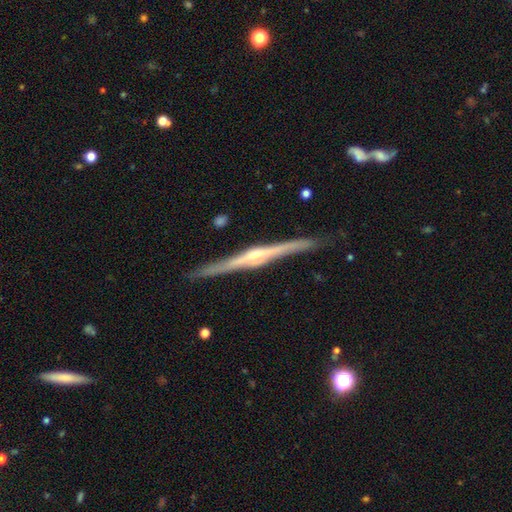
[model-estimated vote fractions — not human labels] Overall: featured or disk (85%). Edge-on disk: yes (98%). Edge-on bulge: rounded (74%). Merging: none (90%).